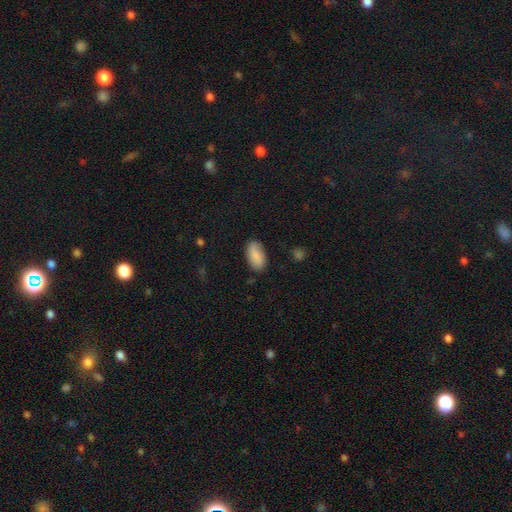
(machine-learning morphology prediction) type=smooth (87%); roundness=in between (93%); merging=none (82%).